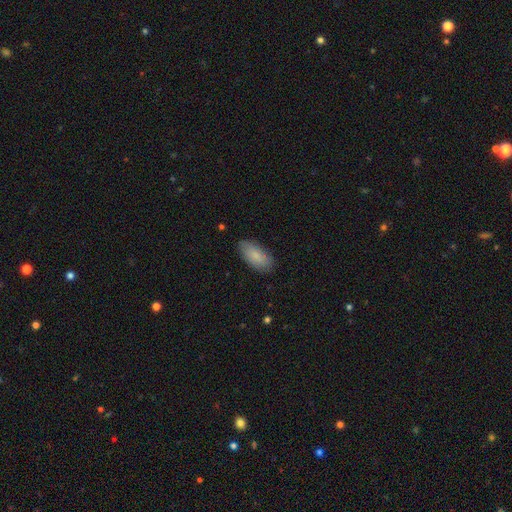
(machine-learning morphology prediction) smooth_or_featured: smooth (p=0.82) [alt: featured or disk p=0.12]
how_rounded: in between (p=0.91) [alt: cigar-shaped p=0.07]
merging: none (p=0.81) [alt: minor disturbance p=0.15]